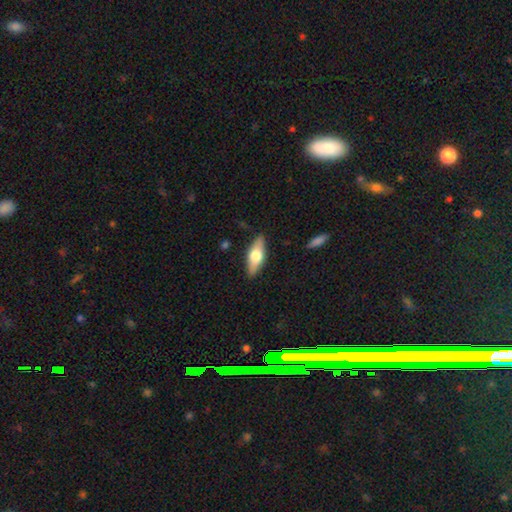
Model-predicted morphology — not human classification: Smooth or featured? Predicted: smooth (p=0.54). How rounded? Predicted: in between (p=0.68). Merging? Predicted: none (p=0.87).